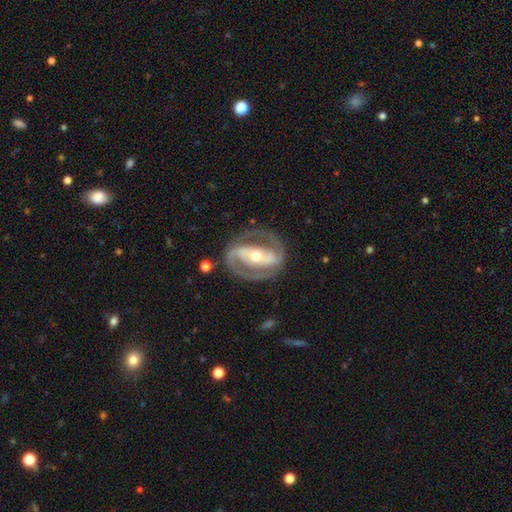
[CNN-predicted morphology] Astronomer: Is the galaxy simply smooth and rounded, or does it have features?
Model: featured or disk — 90%.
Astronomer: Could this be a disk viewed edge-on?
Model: no — 96%.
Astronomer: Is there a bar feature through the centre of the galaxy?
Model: strong — 63%.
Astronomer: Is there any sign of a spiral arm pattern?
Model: yes — 92%.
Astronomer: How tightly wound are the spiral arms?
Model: medium — 48% (runner-up: tight, 40%).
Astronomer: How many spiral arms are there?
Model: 2 — 91%.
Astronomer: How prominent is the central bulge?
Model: moderate — 66%.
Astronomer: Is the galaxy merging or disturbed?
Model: none — 82%.